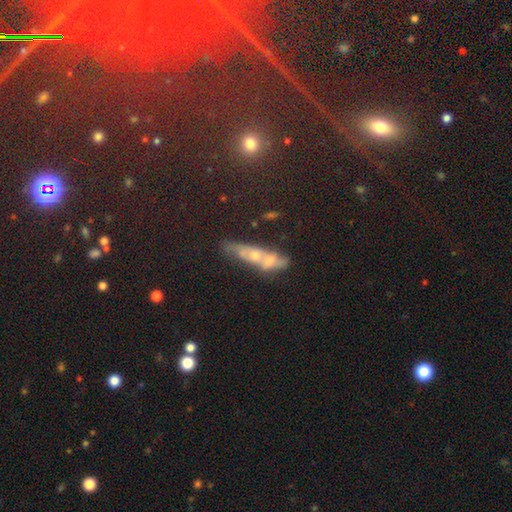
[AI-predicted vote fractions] A smooth galaxy with no disk features (38%). Merging: none (41%).